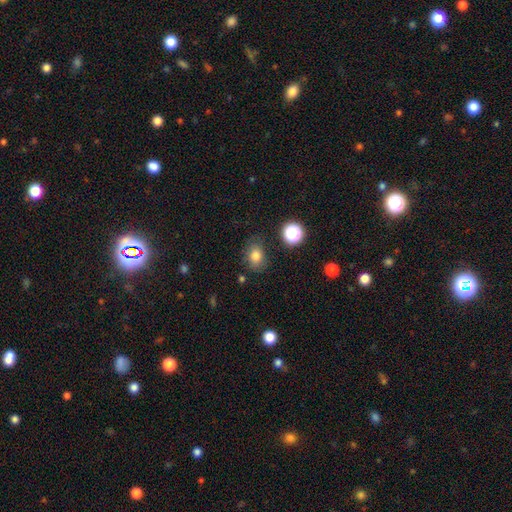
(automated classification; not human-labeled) Morphology: type=smooth (78%); roundness=in between (61%); merging=none (77%).